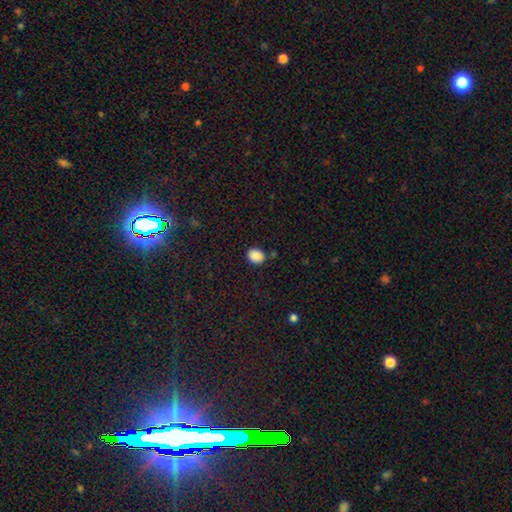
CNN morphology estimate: This appears to be a smooth galaxy with no disk features (88%) that is round (54%). Merging: none (81%).